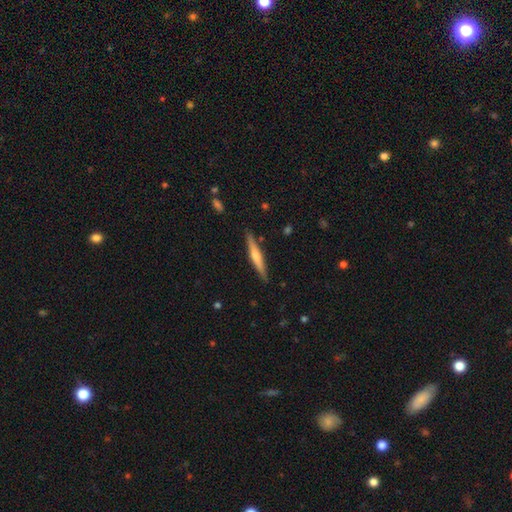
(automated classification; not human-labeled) The model was most divided on "smooth or featured": featured or disk: 56%, smooth: 38%, star or artifact: 6%. More confident: edge-on disk — yes (97%); merging — none (89%); edge-on bulge — rounded (76%).